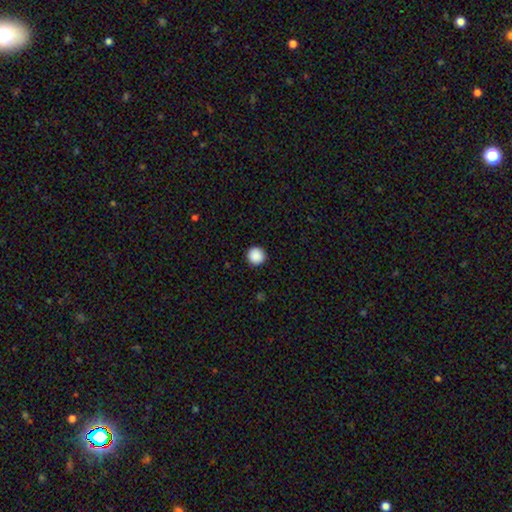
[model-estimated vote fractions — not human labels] Overall: smooth (89%). How rounded: round (96%). Merging: none (93%).